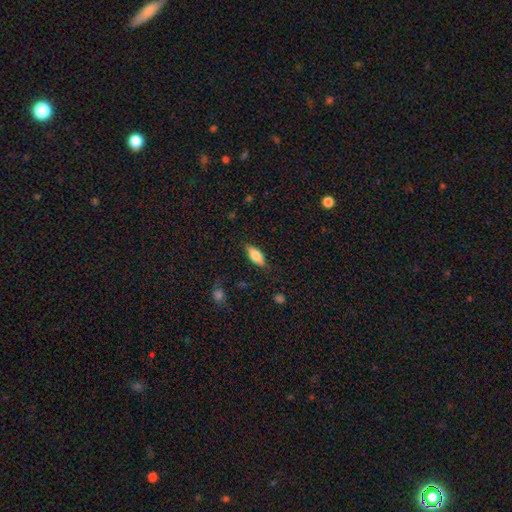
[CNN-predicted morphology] Overall: smooth (75%). How rounded: in between (76%). Merging: none (83%).